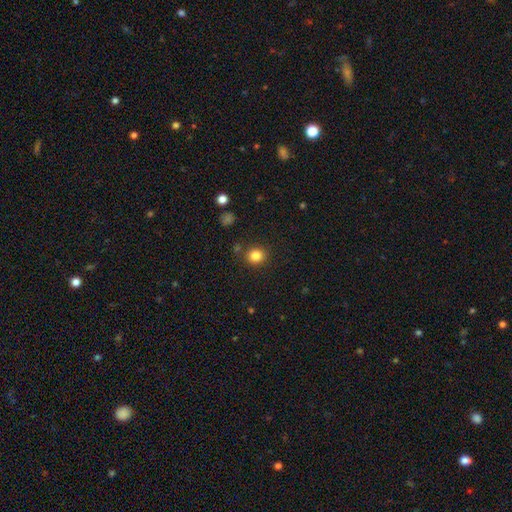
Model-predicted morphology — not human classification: smooth-or-featured: smooth: 83% | star or artifact: 12% | featured or disk: 5%
  how-rounded: round: 86% | in between: 13% | cigar-shaped: 1%
  merging: none: 87% | minor disturbance: 8% | merger: 3% | major disturbance: 3%